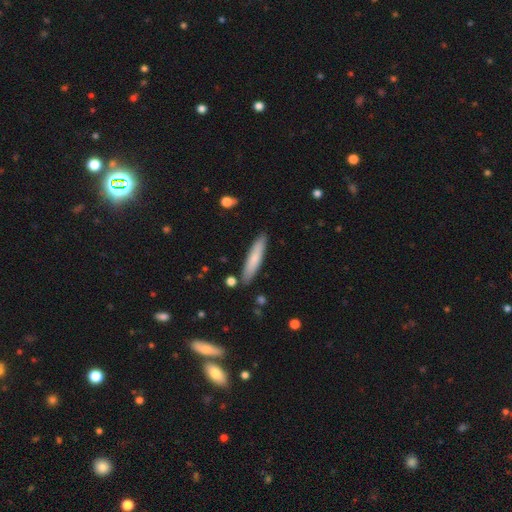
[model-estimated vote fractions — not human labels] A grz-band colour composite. It shows a smooth galaxy with no disk features (75%) that is cigar-shaped (88%). Merging: none (87%).